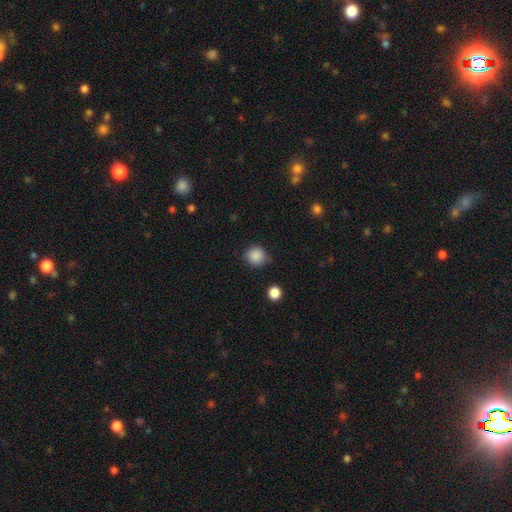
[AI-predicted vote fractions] This is clearly a smooth galaxy (87%). How rounded: clearly round (90%). Merging: likely none (78%).